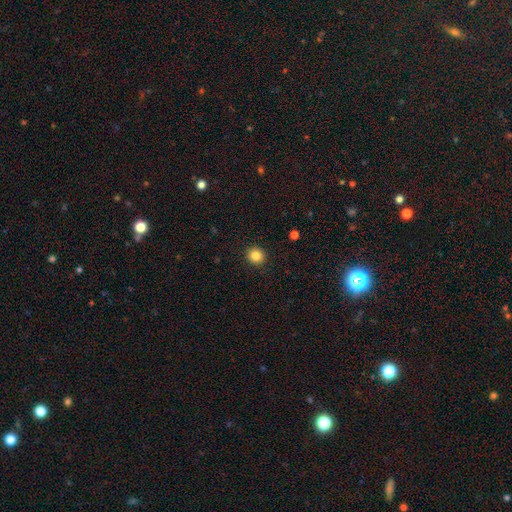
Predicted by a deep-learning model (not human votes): Q: Smooth or featured?
A: smooth (84%); runner-up: star or artifact (11%)
Q: How rounded?
A: round (92%); runner-up: in between (7%)
Q: Merging?
A: none (93%); runner-up: minor disturbance (5%)